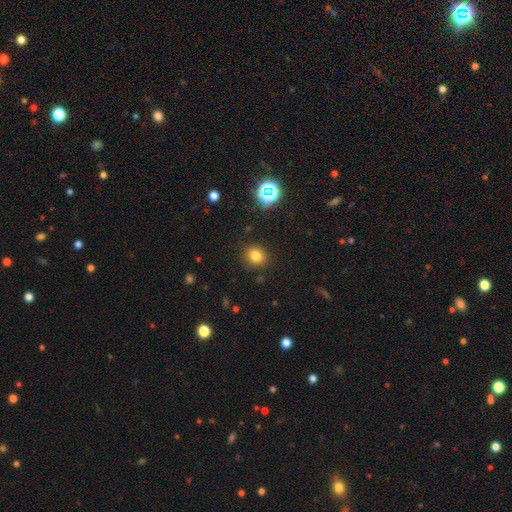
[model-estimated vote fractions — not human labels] smooth 78%, star or artifact 16%, featured or disk 6%. Down the decision tree: how rounded — round (81%); merging — none (88%).